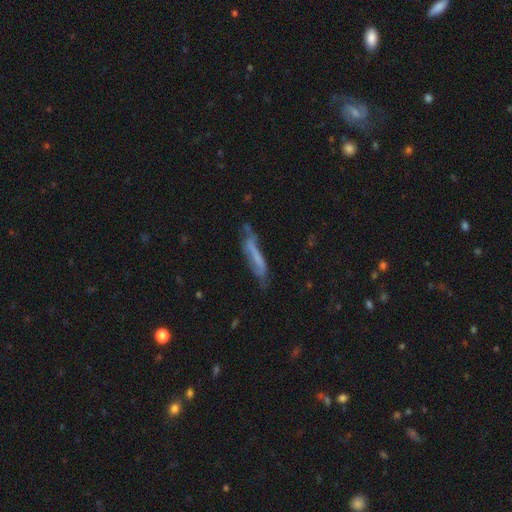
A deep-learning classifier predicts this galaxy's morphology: type=featured or disk (49%); merging=none (51%).